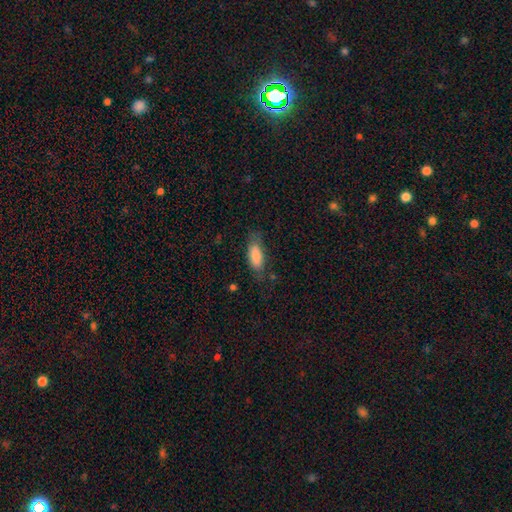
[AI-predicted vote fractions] Smooth or featured: smooth — 81% (featured or disk — 12%)
How rounded: in between — 75% (cigar-shaped — 23%)
Merging: none — 67% (minor disturbance — 23%)